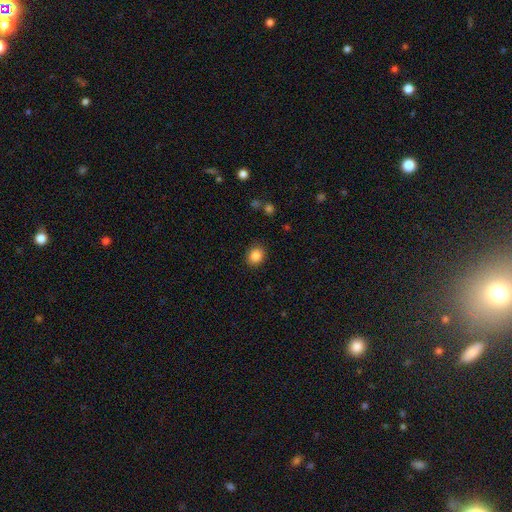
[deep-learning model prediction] Smooth or featured? smooth (87%)
How rounded? round (71%)
Merging? none (88%)